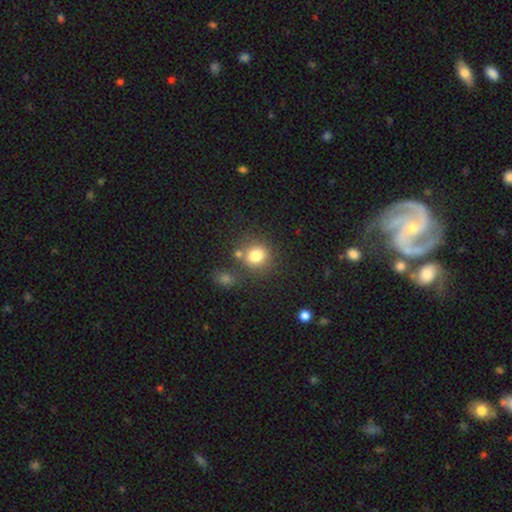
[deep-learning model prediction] smooth-or-featured: smooth: 80% | star or artifact: 12% | featured or disk: 8%
  how-rounded: round: 78% | in between: 21% | cigar-shaped: 1%
  merging: none: 66% | merger: 17% | minor disturbance: 12% | major disturbance: 5%